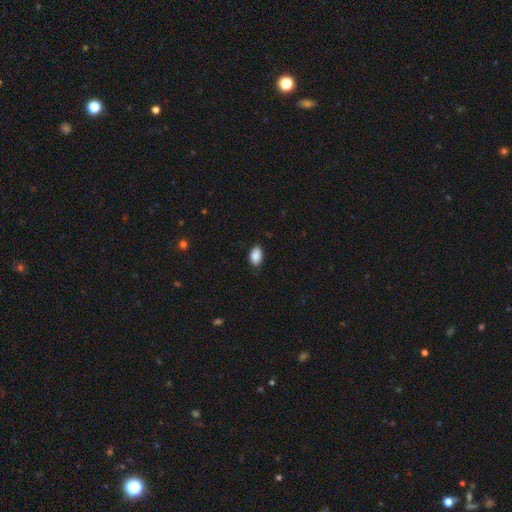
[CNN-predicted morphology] The model was most divided on "merging": none: 82%, minor disturbance: 15%, major disturbance: 2%, merger: 1%. More confident: how rounded — in between (91%); smooth or featured — smooth (89%).